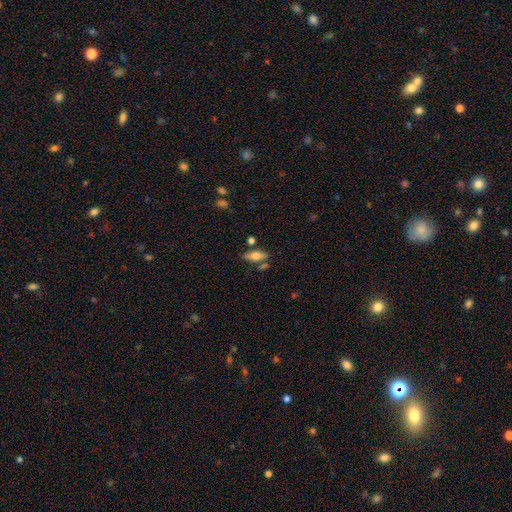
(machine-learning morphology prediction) A smooth galaxy with no disk features (57%) that is in between round and cigar-shaped (59%).

Vote fractions:
- Smooth or featured? smooth: 57% / featured or disk: 34% / star or artifact: 8%
- How rounded? in between: 59% / cigar-shaped: 38% / round: 3%
- Merging? none: 70% / minor disturbance: 14% / merger: 11% / major disturbance: 4%